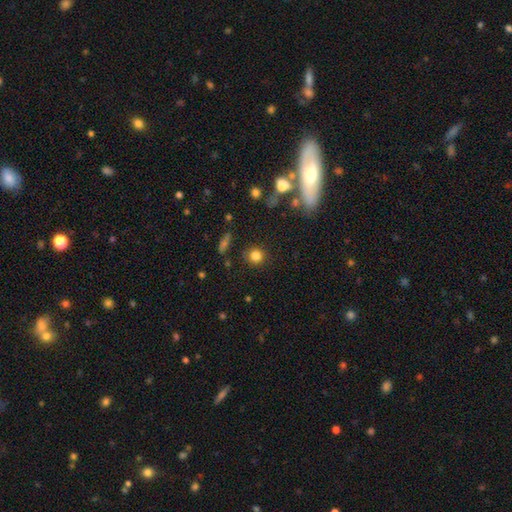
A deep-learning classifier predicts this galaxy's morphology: type=smooth (81%); roundness=round (91%); merging=none (87%).